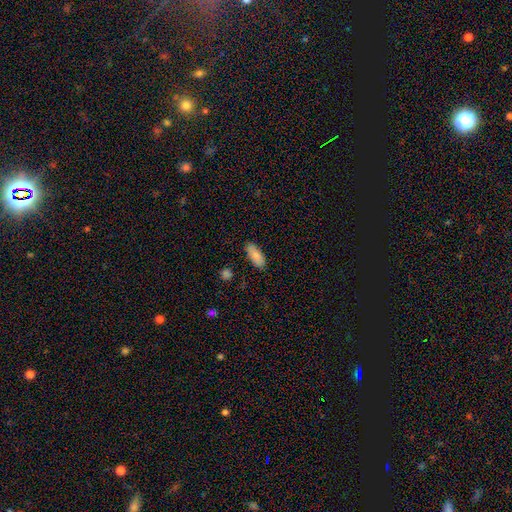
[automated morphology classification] This appears to be a smooth galaxy with no disk features (85%) that is in between round and cigar-shaped (83%). Merging: none (84%).